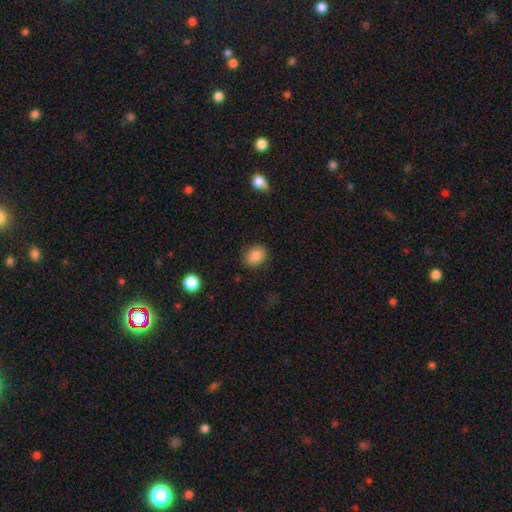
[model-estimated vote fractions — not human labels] A smooth galaxy with no disk features (86%) that is in between round and cigar-shaped (50%). Merging: none (84%).